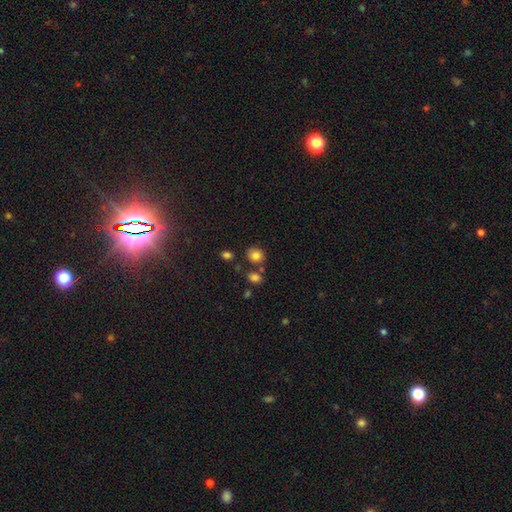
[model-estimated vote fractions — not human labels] smooth 81%, star or artifact 11%, featured or disk 7%. Down the decision tree: how rounded — round (72%); merging — none (72%).